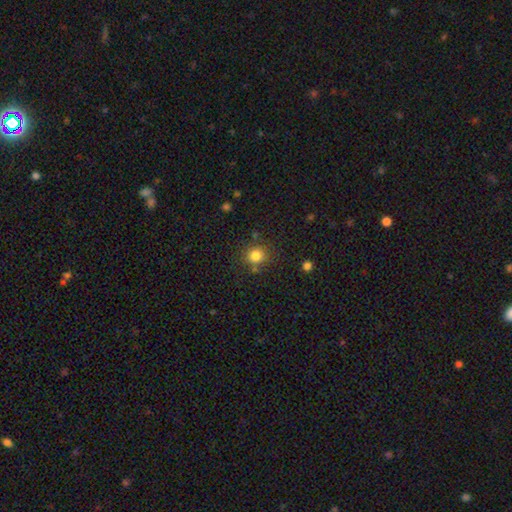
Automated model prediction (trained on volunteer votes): Smooth or featured? smooth (81%)
How rounded? round (88%)
Merging? none (80%)